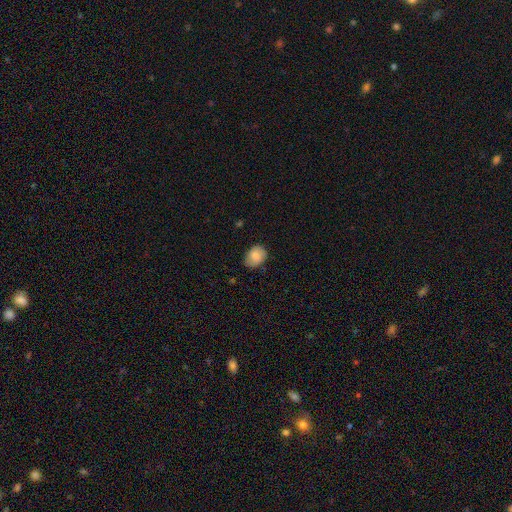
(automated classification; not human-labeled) Smooth or featured: smooth — 78% (featured or disk — 14%)
How rounded: in between — 65% (round — 34%)
Merging: none — 71% (minor disturbance — 23%)